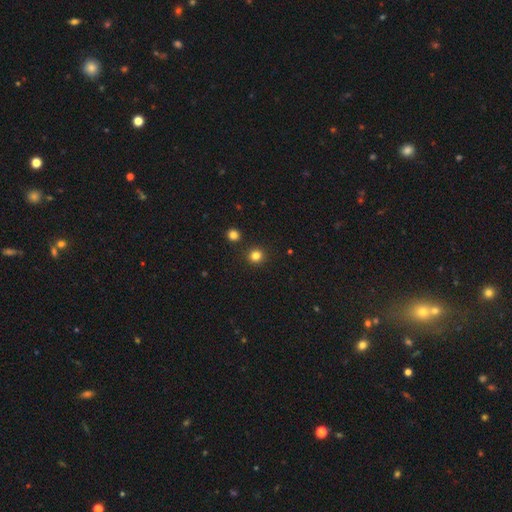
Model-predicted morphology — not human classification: This is clearly a smooth galaxy (82%). How rounded: clearly round (92%). Merging: clearly none (90%).